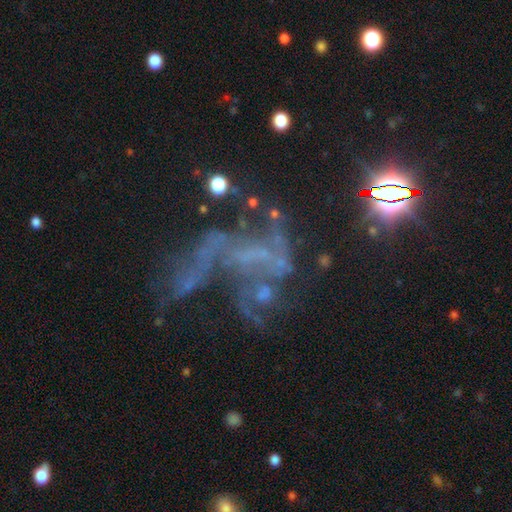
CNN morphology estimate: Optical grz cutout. It shows a featured or disk galaxy (55%) with no bar (77%), no spiral arms (66%) and no central bulge (79%). Merging: major disturbance (44%).